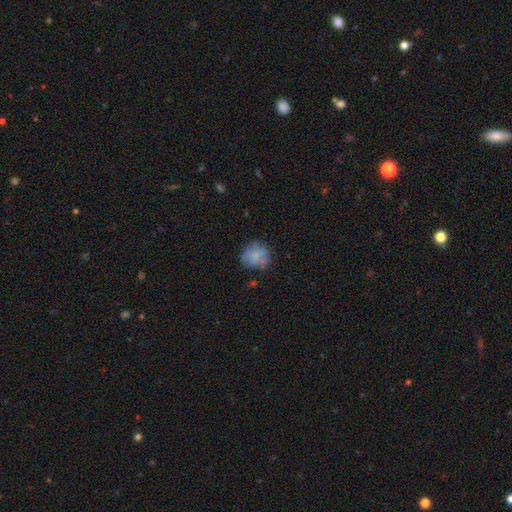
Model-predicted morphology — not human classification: Overall: smooth (68%). How rounded: round (79%). Merging: none (66%).